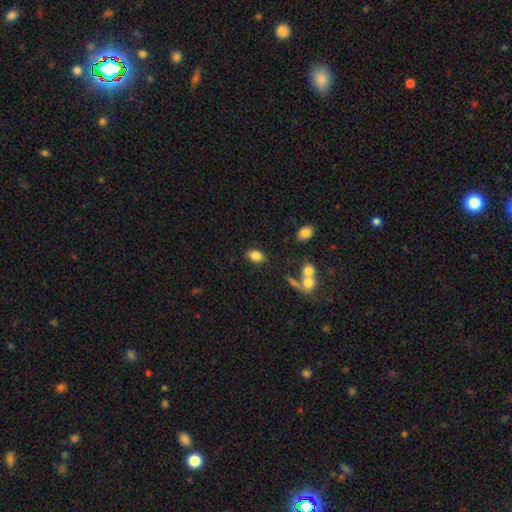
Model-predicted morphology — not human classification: Smooth or featured?
  - smooth: 83% *
  - star or artifact: 9%
  - featured or disk: 8%
How rounded?
  - in between: 81% *
  - round: 18%
  - cigar-shaped: 2%
Merging?
  - none: 81% *
  - minor disturbance: 10%
  - merger: 5%
  - major disturbance: 4%